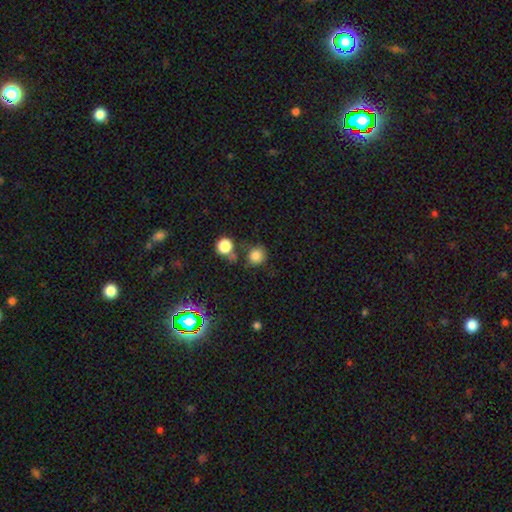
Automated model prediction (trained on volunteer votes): smooth 82%, star or artifact 13%, featured or disk 5%. Down the decision tree: how rounded — round (89%); merging — none (67%).